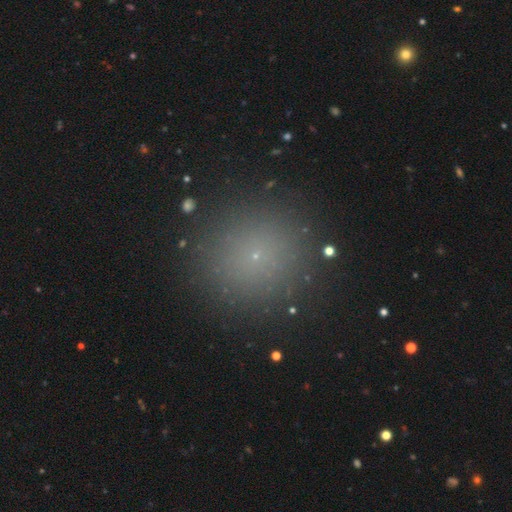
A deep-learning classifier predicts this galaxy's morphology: This appears to be a smooth galaxy with no disk features (67%) that is round (94%). Merging: none (91%).